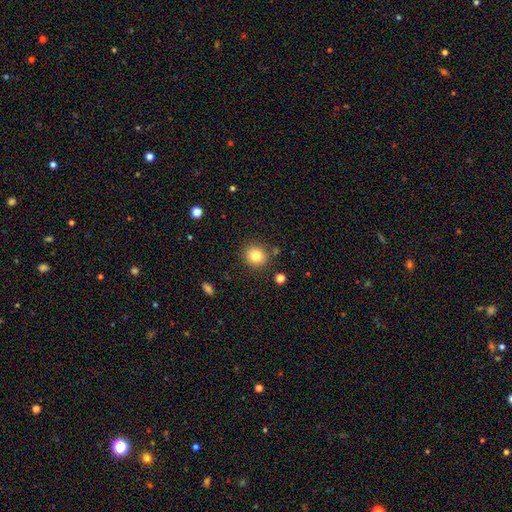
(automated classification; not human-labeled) Smooth or featured? smooth (82%)
How rounded? round (81%)
Merging? none (86%)